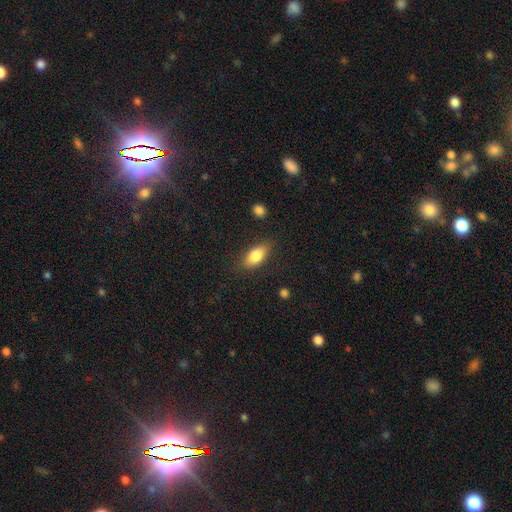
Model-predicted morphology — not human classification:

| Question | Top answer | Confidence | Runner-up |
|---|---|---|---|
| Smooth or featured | smooth | 80% | featured or disk (13%) |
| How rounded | in between | 85% | cigar-shaped (10%) |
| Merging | none | 81% | minor disturbance (13%) |